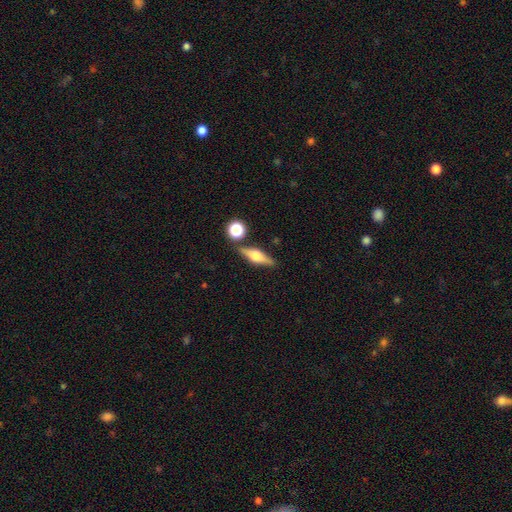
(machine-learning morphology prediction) featured or disk 64%, smooth 28%, star or artifact 8%. Down the decision tree: edge-on disk — yes (95%); edge-on bulge — rounded (91%); merging — none (81%).